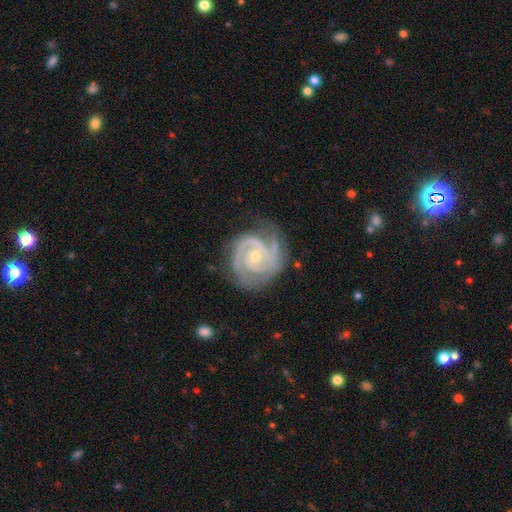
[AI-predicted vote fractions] A featured or disk galaxy (92%) with no bar (68%), 2 (47%) tight (68%) spiral arms (98%) and a small central bulge (68%). Merging: none (73%).